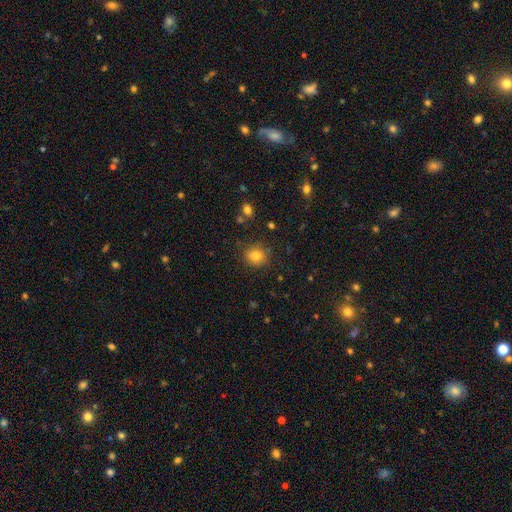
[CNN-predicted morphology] smooth-or-featured: smooth: 83% | star or artifact: 11% | featured or disk: 6%
  how-rounded: round: 65% | in between: 34% | cigar-shaped: 1%
  merging: none: 81% | minor disturbance: 13% | major disturbance: 4% | merger: 2%